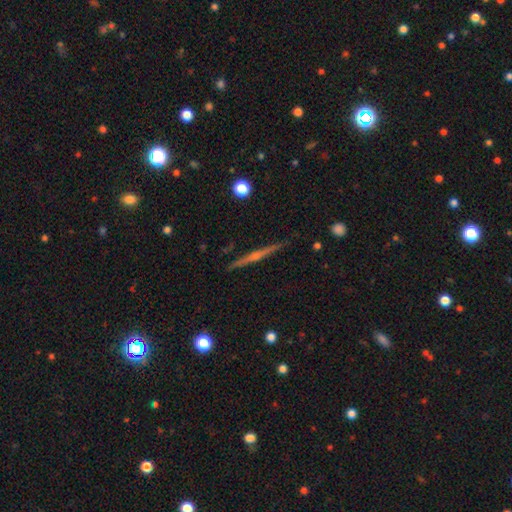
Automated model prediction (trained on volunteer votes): Morphology: type=featured or disk (80%); edge-on=yes (98%); edge-on bulge=rounded (81%); merging=none (91%).